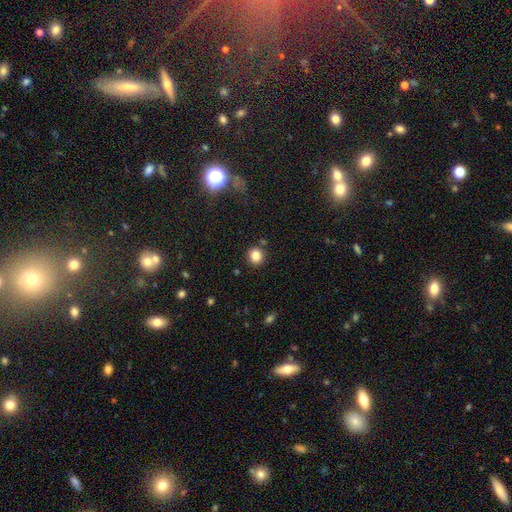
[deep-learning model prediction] smooth-or-featured: smooth: 82% | star or artifact: 12% | featured or disk: 6%
  how-rounded: round: 86% | in between: 13% | cigar-shaped: 1%
  merging: none: 85% | minor disturbance: 8% | merger: 4% | major disturbance: 2%